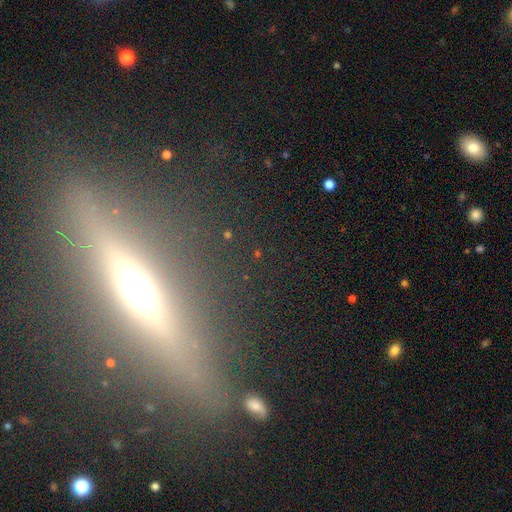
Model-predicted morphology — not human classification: The model was most divided on "smooth or featured": featured or disk: 67%, smooth: 18%, star or artifact: 14%. More confident: edge-on disk — yes (90%); edge-on bulge — rounded (88%); merging — none (82%).